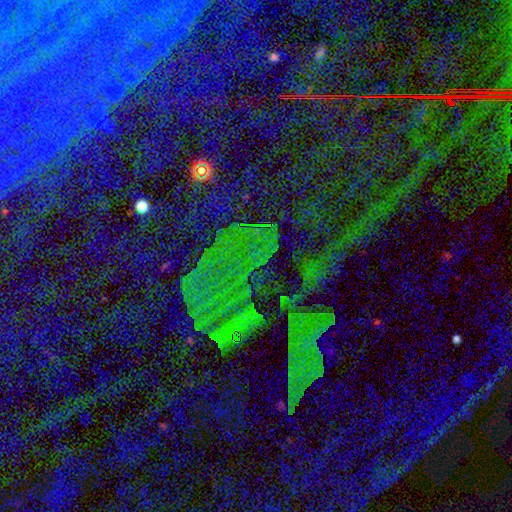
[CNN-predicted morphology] The model was most divided on "smooth or featured": star or artifact: 82%, smooth: 9%, featured or disk: 9%.